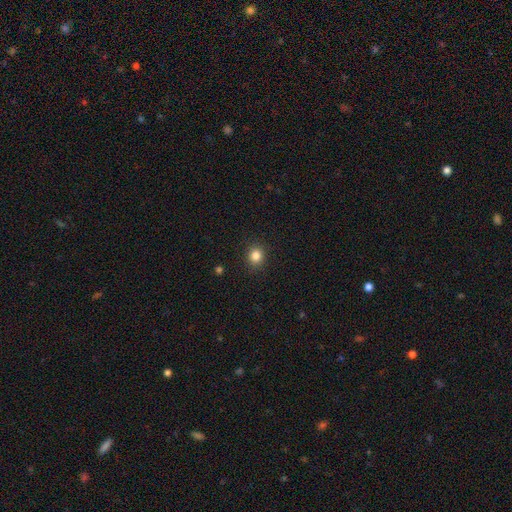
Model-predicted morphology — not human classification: smooth-or-featured: smooth: 84% | star or artifact: 12% | featured or disk: 5%
  how-rounded: round: 82% | in between: 17% | cigar-shaped: 1%
  merging: none: 91% | minor disturbance: 6% | major disturbance: 2% | merger: 1%